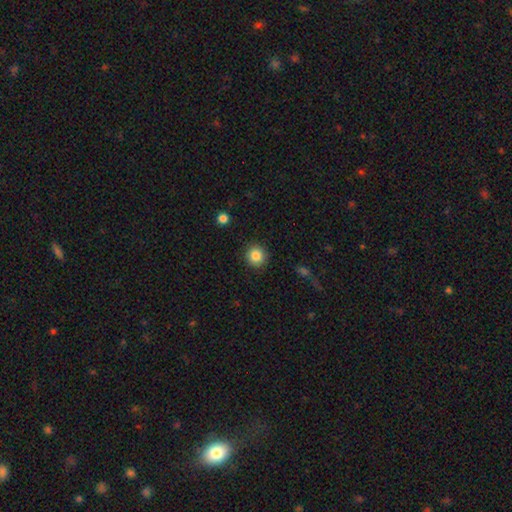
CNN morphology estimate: Smooth or featured? Predicted: smooth (p=0.85). How rounded? Predicted: round (p=0.93). Merging? Predicted: none (p=0.91).